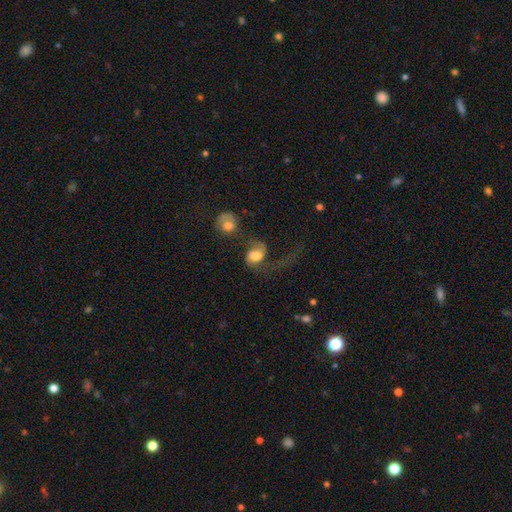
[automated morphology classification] A smooth galaxy with no disk features (47%).

Vote fractions:
- Smooth or featured? smooth: 47% / featured or disk: 43% / star or artifact: 9%
- Merging? major disturbance: 39% / merger: 26% / none: 22% / minor disturbance: 13%